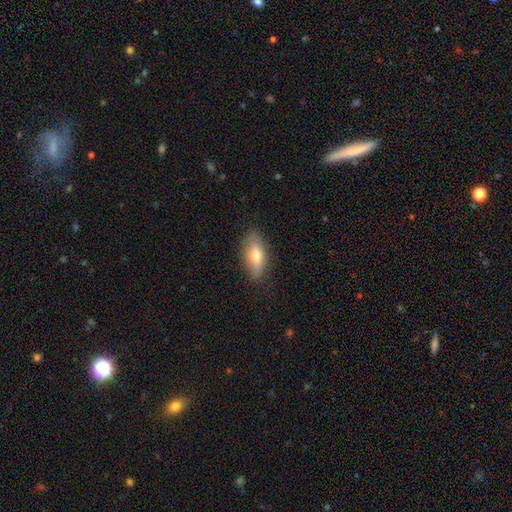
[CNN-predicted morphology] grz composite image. It shows a smooth galaxy with no disk features (67%) that is in between round and cigar-shaped (79%). Merging: none (79%).